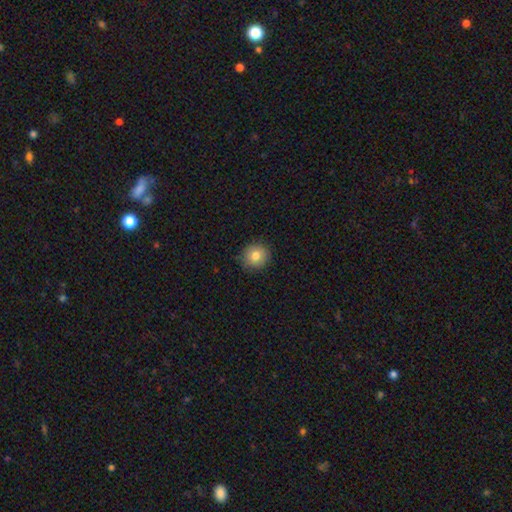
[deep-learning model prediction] smooth_or_featured: smooth (p=0.80) [alt: featured or disk p=0.10]
how_rounded: round (p=0.91) [alt: in between p=0.08]
merging: none (p=0.87) [alt: minor disturbance p=0.10]